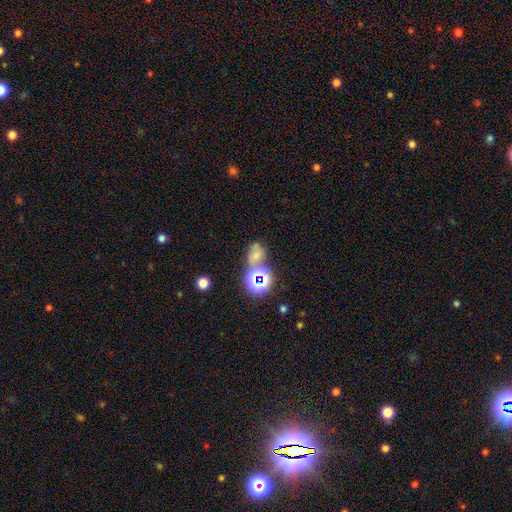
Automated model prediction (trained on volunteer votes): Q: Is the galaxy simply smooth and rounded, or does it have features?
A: smooth — 51%.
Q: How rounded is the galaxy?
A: in between — 55%.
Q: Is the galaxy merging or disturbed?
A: none — 46%.